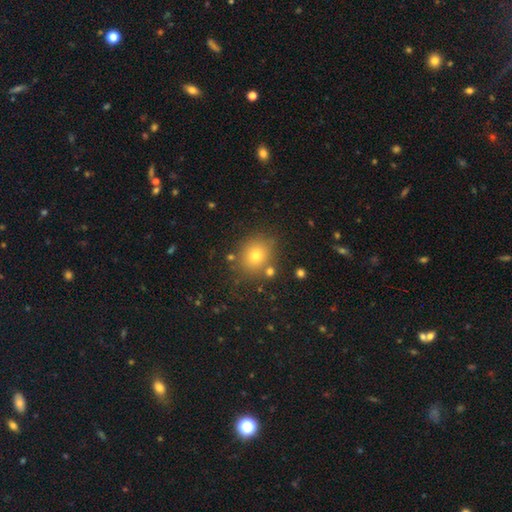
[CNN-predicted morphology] A smooth galaxy with no disk features (74%) that is round (75%). Merging: none (81%).